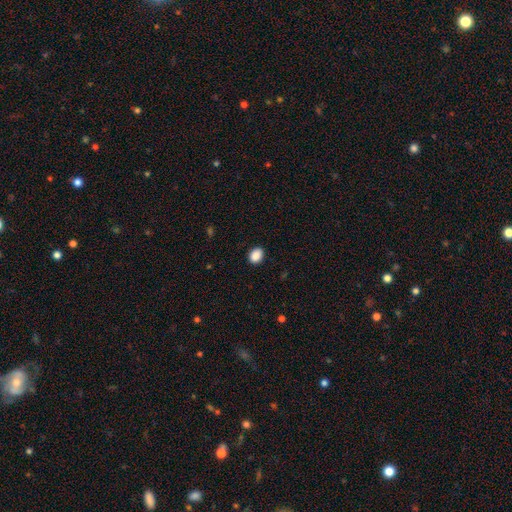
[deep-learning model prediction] The model was most divided on "how rounded": in between: 60%, round: 39%, cigar-shaped: 1%. More confident: smooth or featured — smooth (89%); merging — none (89%).